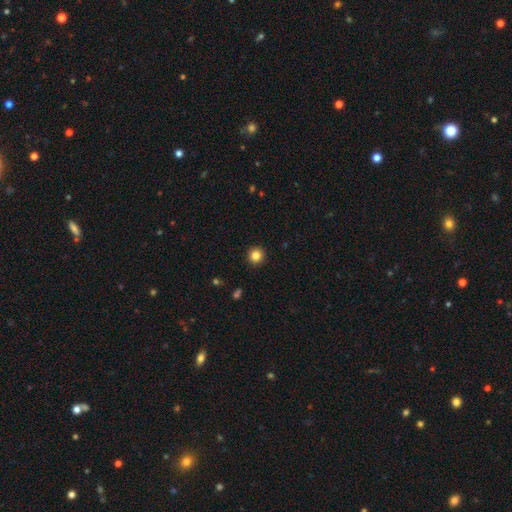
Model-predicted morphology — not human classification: A smooth galaxy with no disk features (84%) that is round (95%).

Vote fractions:
- Smooth or featured? smooth: 84% / star or artifact: 11% / featured or disk: 5%
- How rounded? round: 95% / in between: 4% / cigar-shaped: 1%
- Merging? none: 93% / minor disturbance: 4% / major disturbance: 2% / merger: 1%